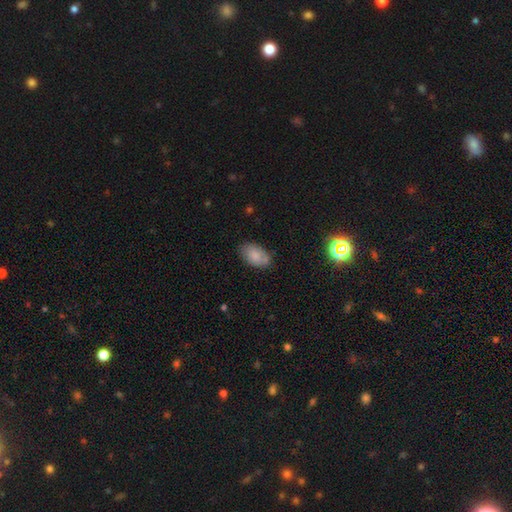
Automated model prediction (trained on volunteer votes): Smooth or featured?
  - smooth: 82% *
  - featured or disk: 11%
  - star or artifact: 7%
How rounded?
  - in between: 93% *
  - round: 6%
  - cigar-shaped: 2%
Merging?
  - none: 73% *
  - minor disturbance: 18%
  - merger: 5%
  - major disturbance: 4%